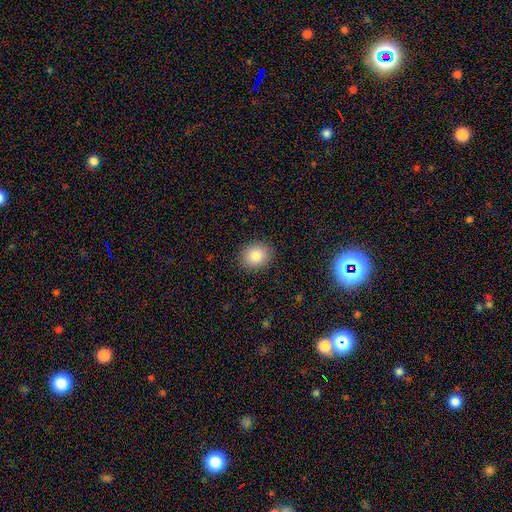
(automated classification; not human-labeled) This is clearly a smooth galaxy (83%). How rounded: likely round (67%). Merging: clearly none (90%).